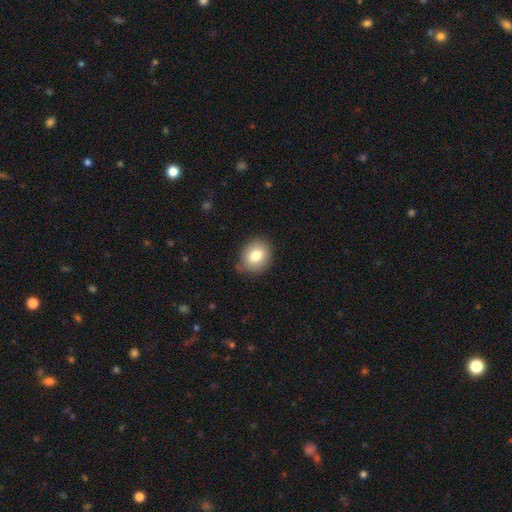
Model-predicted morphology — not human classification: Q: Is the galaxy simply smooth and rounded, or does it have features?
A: smooth — 79%.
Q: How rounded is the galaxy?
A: round — 54%.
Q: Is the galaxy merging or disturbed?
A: none — 78%.